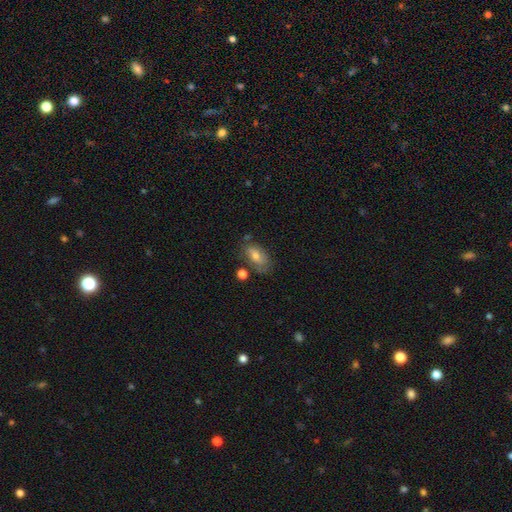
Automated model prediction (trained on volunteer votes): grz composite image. It shows a smooth galaxy with no disk features (61%) that is in between round and cigar-shaped (88%). Merging: none (60%).